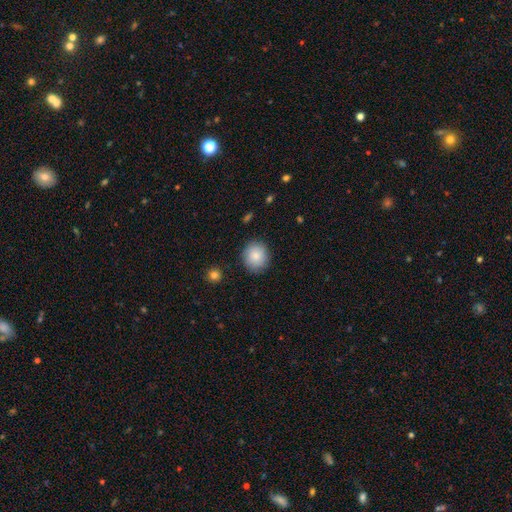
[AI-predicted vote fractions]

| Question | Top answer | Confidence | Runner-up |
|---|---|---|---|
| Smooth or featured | smooth | 85% | featured or disk (8%) |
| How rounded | round | 85% | in between (15%) |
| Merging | none | 87% | minor disturbance (9%) |